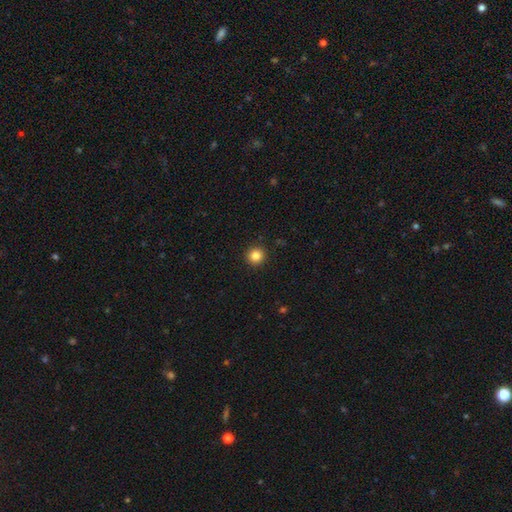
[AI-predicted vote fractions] smooth_or_featured: smooth (p=0.85) [alt: star or artifact p=0.11]
how_rounded: round (p=0.95) [alt: in between p=0.04]
merging: none (p=0.93) [alt: minor disturbance p=0.04]